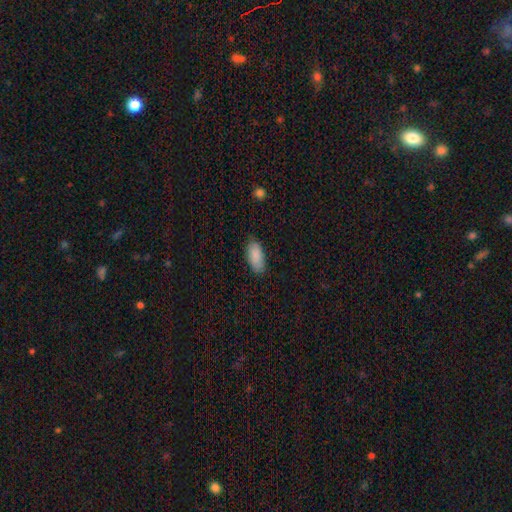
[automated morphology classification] Smooth or featured?
  - smooth: 88% *
  - star or artifact: 7%
  - featured or disk: 6%
How rounded?
  - in between: 91% *
  - cigar-shaped: 7%
  - round: 2%
Merging?
  - none: 82% *
  - minor disturbance: 14%
  - major disturbance: 3%
  - merger: 1%